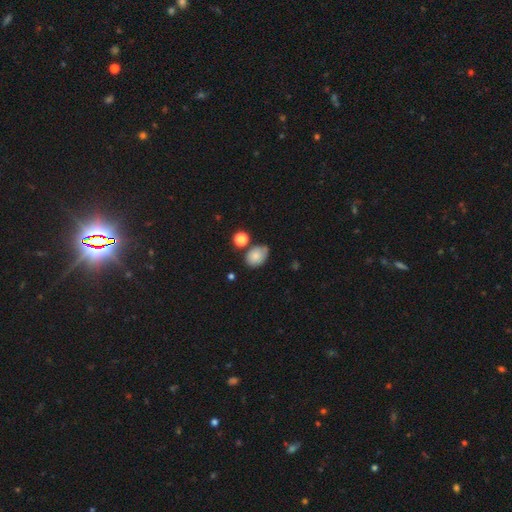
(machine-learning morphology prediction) smooth_or_featured: smooth (p=0.81) [alt: star or artifact p=0.10]
how_rounded: in between (p=0.73) [alt: round p=0.26]
merging: none (p=0.59) [alt: minor disturbance p=0.27]